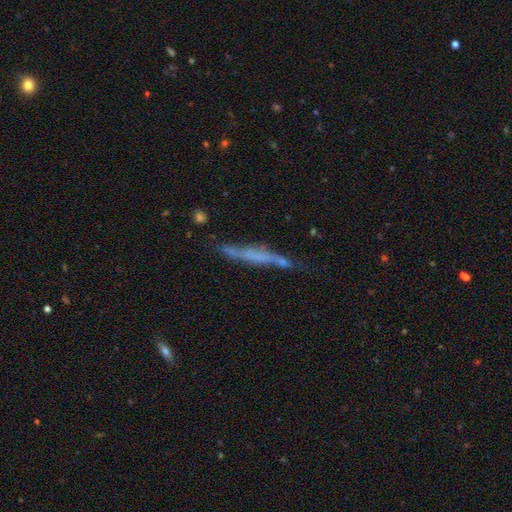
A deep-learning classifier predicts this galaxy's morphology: Smooth or featured? Predicted: featured or disk (p=0.57). Edge-on disk? Predicted: yes (p=0.84). Merging? Predicted: none (p=0.61).